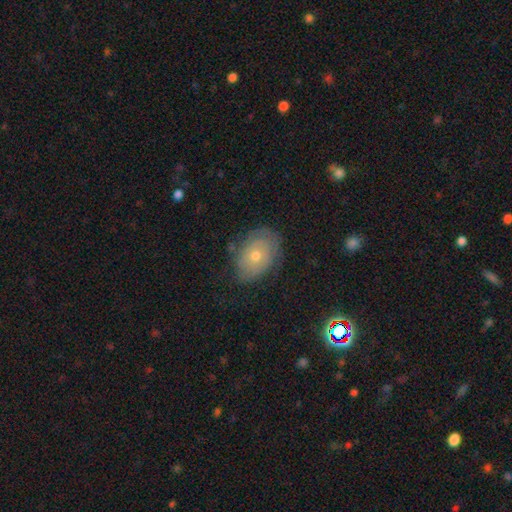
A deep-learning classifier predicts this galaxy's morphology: Smooth or featured?
  - featured or disk: 49% *
  - smooth: 40%
  - star or artifact: 12%
Merging?
  - none: 73% *
  - minor disturbance: 19%
  - major disturbance: 6%
  - merger: 1%